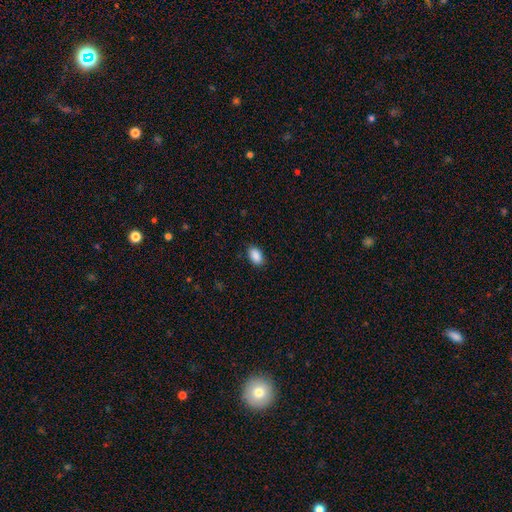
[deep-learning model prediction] The model was most divided on "merging": none: 87%, minor disturbance: 10%, major disturbance: 2%, merger: 1%. More confident: how rounded — in between (92%); smooth or featured — smooth (89%).